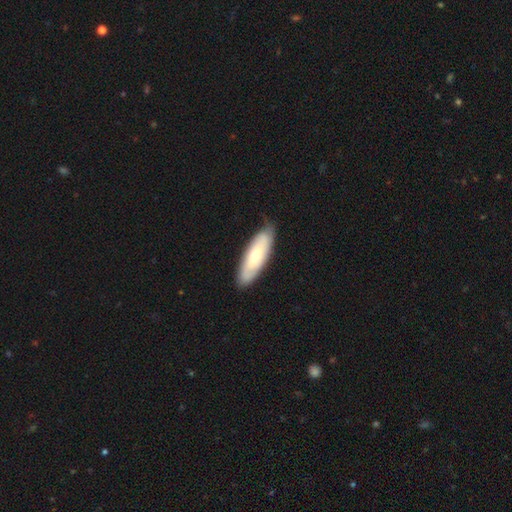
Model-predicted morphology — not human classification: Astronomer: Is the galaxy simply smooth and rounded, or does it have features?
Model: smooth — 53% (runner-up: featured or disk, 41%).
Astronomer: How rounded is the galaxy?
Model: in between — 54% (runner-up: cigar-shaped, 45%).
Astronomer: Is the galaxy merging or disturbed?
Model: none — 78%.